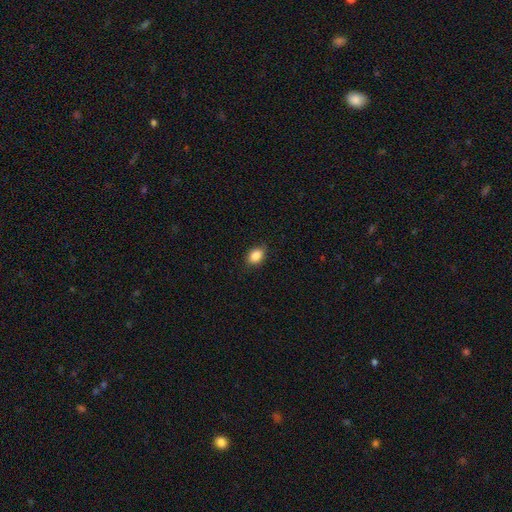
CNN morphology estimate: This is clearly a smooth galaxy (87%). How rounded: likely in between (76%). Merging: clearly none (83%).